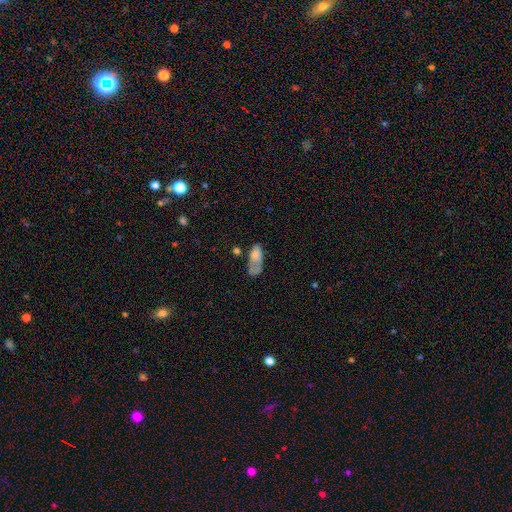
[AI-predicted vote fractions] A smooth galaxy with no disk features (65%) that is in between round and cigar-shaped (86%).

Vote fractions:
- Smooth or featured? smooth: 65% / featured or disk: 27% / star or artifact: 8%
- How rounded? in between: 86% / cigar-shaped: 9% / round: 5%
- Merging? major disturbance: 35% / none: 30% / minor disturbance: 26% / merger: 10%